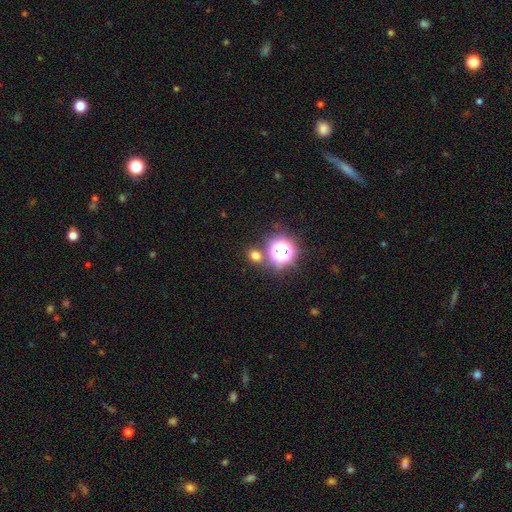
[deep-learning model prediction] A smooth galaxy with no disk features (64%) that is round (69%). Merging: none (77%).